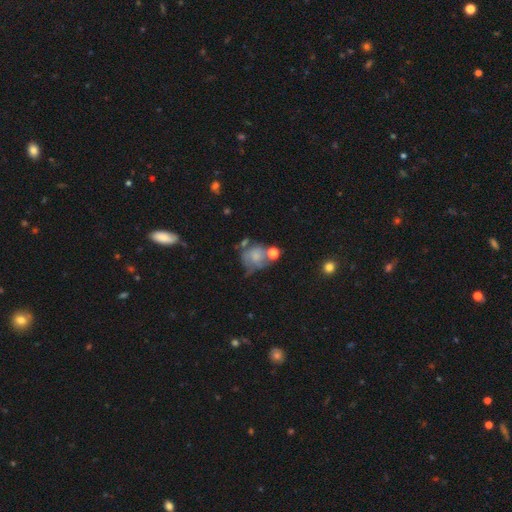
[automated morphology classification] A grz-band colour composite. It shows a smooth galaxy with no disk features (57%) that is round (65%). Merging: none (32%).